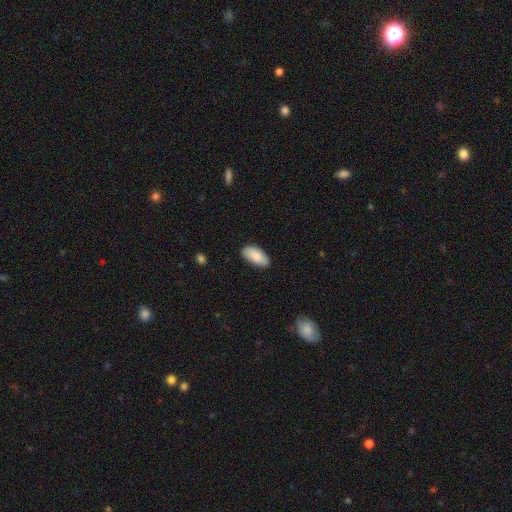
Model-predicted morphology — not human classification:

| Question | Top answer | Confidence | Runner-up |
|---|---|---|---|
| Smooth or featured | smooth | 87% | featured or disk (7%) |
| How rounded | in between | 93% | cigar-shaped (5%) |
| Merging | none | 83% | minor disturbance (14%) |